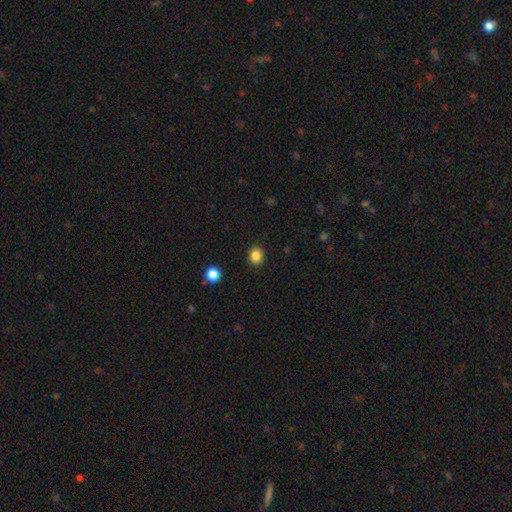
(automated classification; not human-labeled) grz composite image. It shows a smooth galaxy with no disk features (85%) that is round (74%). Merging: none (90%).